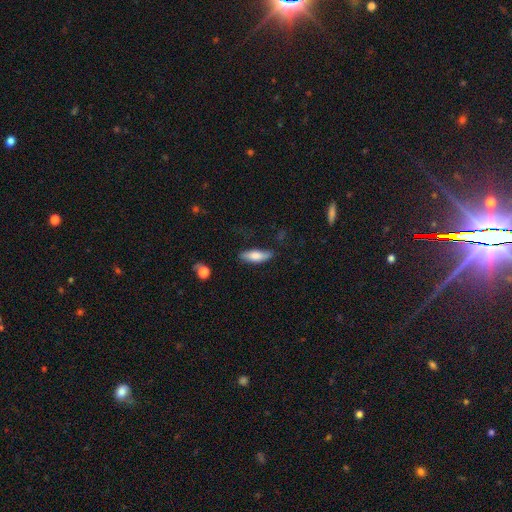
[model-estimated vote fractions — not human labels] smooth_or_featured: smooth (p=0.74) [alt: featured or disk p=0.20]
how_rounded: in between (p=0.53) [alt: cigar-shaped p=0.45]
merging: none (p=0.75) [alt: minor disturbance p=0.19]